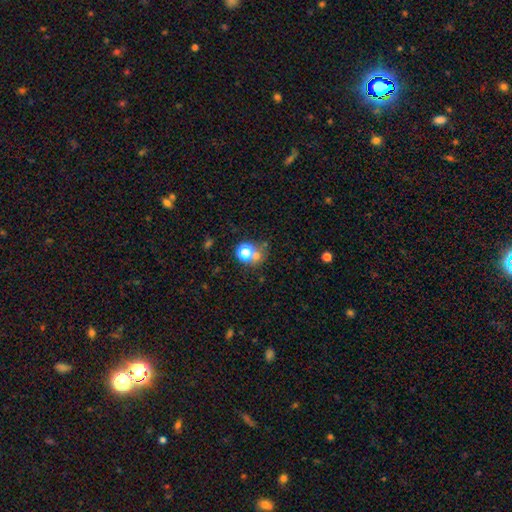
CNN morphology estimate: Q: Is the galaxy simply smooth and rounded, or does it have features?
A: smooth — 60%.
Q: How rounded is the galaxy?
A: round — 81%.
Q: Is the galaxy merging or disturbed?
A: none — 54%.